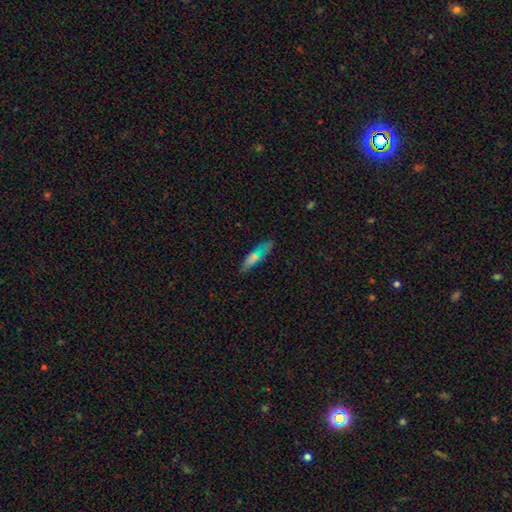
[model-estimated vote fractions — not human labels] Q: Smooth or featured?
A: smooth (66%); runner-up: featured or disk (22%)
Q: How rounded?
A: cigar-shaped (54%); runner-up: in between (42%)
Q: Merging?
A: none (72%); runner-up: minor disturbance (19%)